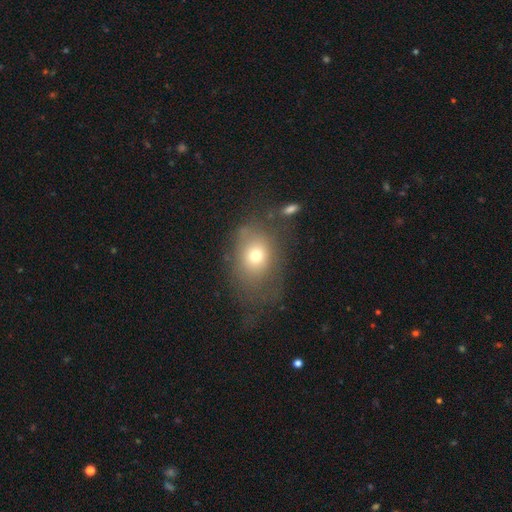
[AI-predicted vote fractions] Smooth or featured?
  - smooth: 67% *
  - featured or disk: 20%
  - star or artifact: 13%
How rounded?
  - in between: 61% *
  - round: 38%
  - cigar-shaped: 1%
Merging?
  - none: 46% *
  - major disturbance: 27%
  - minor disturbance: 24%
  - merger: 4%